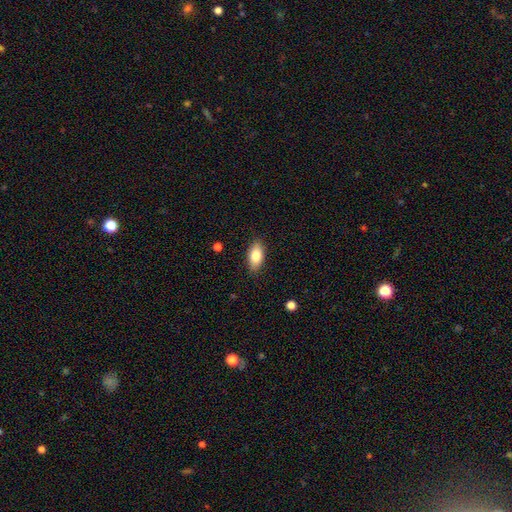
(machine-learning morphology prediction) smooth 83%, featured or disk 11%, star or artifact 7%. Down the decision tree: how rounded — in between (90%); merging — none (87%).